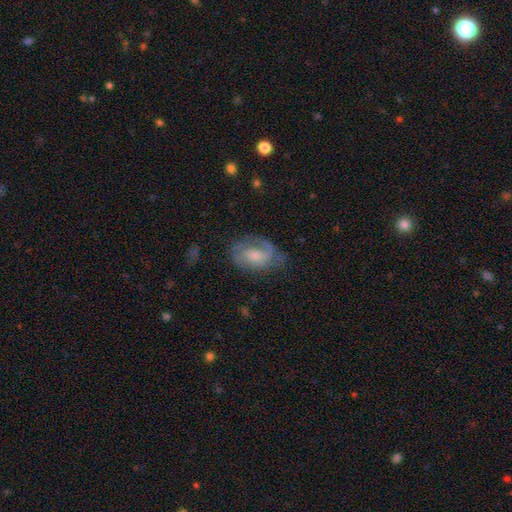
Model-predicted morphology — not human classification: A featured or disk galaxy (60%) with no bar (52%), spiral arms (82%) and a moderate central bulge (40%).

Vote fractions:
- Smooth or featured? featured or disk: 60% / smooth: 31% / star or artifact: 8%
- Edge-on disk? no: 96% / yes: 4%
- Bar? no: 52% / weak: 39% / strong: 9%
- Spiral arms? yes: 82% / no: 18%
- Bulge size? moderate: 40% / small: 27% / none: 16% / large: 15% / dominant: 2%
- Merging? none: 56% / minor disturbance: 25% / major disturbance: 17% / merger: 2%